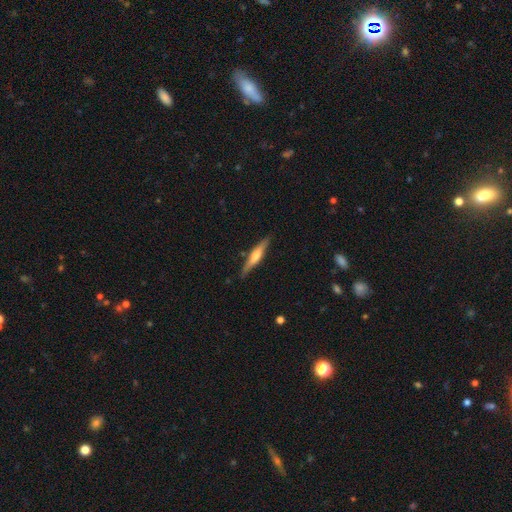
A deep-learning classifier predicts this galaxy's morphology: Overall: featured or disk (58%; smooth 37%). Edge-on disk: yes (96%). Edge-on bulge: rounded (70%). Merging: none (85%).